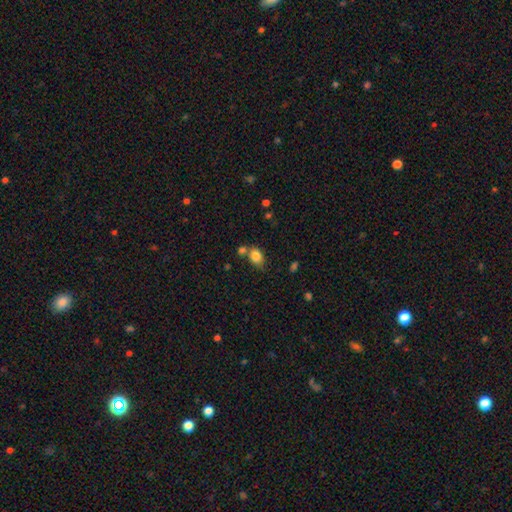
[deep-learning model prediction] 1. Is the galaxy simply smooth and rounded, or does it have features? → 83% smooth, 10% star or artifact, 8% featured or disk.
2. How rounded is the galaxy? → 70% in between, 29% round, 1% cigar-shaped.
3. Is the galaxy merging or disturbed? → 57% none, 24% merger, 15% minor disturbance, 5% major disturbance.